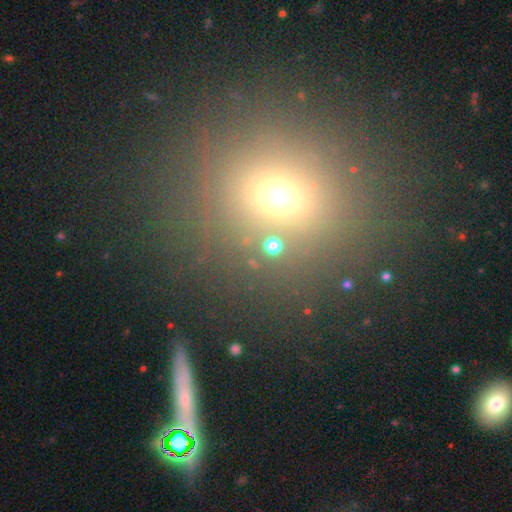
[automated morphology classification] type=smooth (60%); roundness=round (76%); merging=none (79%).